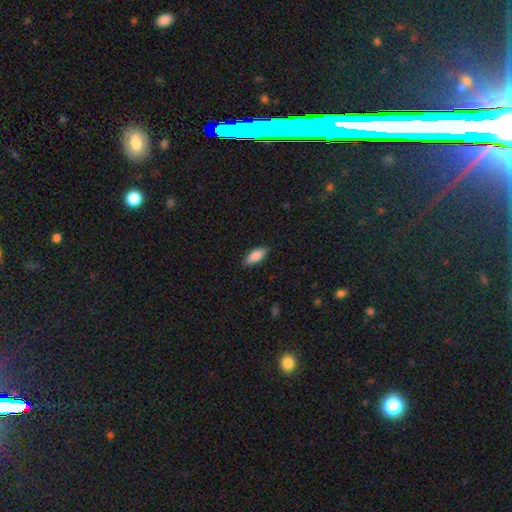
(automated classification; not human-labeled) Q: Smooth or featured?
A: smooth (85%); runner-up: featured or disk (9%)
Q: How rounded?
A: in between (72%); runner-up: cigar-shaped (26%)
Q: Merging?
A: none (85%); runner-up: minor disturbance (11%)